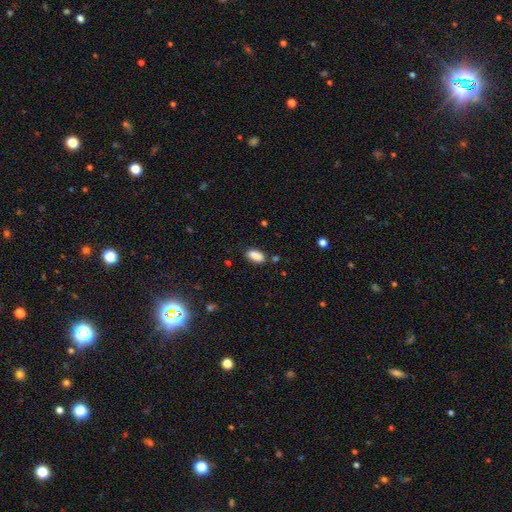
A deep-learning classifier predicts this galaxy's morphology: Q: Smooth or featured?
A: smooth (88%); runner-up: star or artifact (8%)
Q: How rounded?
A: in between (89%); runner-up: cigar-shaped (8%)
Q: Merging?
A: none (81%); runner-up: minor disturbance (13%)